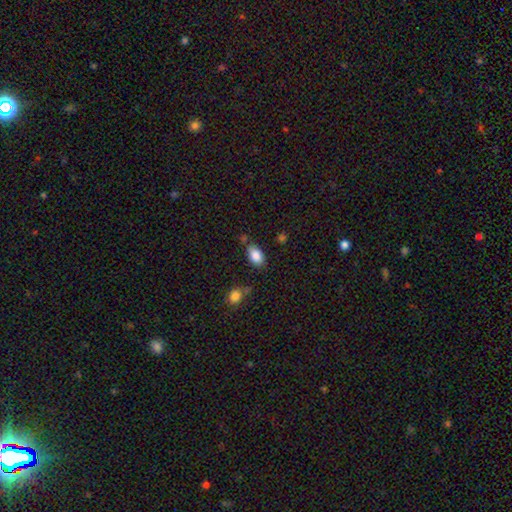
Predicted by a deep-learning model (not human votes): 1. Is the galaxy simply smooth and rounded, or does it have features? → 86% smooth, 8% star or artifact, 6% featured or disk.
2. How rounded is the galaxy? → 91% in between, 7% round, 2% cigar-shaped.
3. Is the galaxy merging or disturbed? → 72% none, 18% minor disturbance, 7% merger, 4% major disturbance.